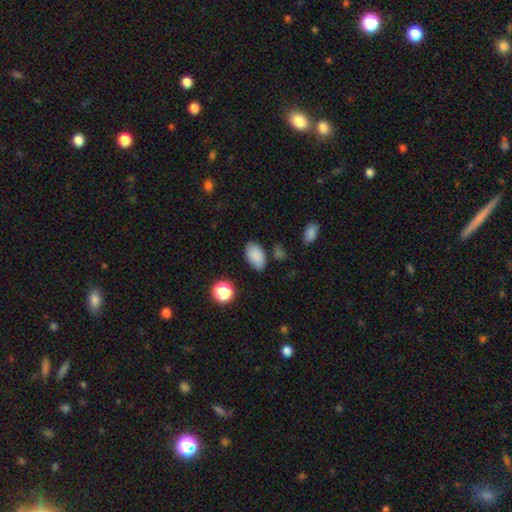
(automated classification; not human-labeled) A smooth galaxy with no disk features (86%) that is in between round and cigar-shaped (93%).

Vote fractions:
- Smooth or featured? smooth: 86% / star or artifact: 9% / featured or disk: 5%
- How rounded? in between: 93% / round: 6% / cigar-shaped: 1%
- Merging? none: 79% / minor disturbance: 14% / merger: 4% / major disturbance: 3%